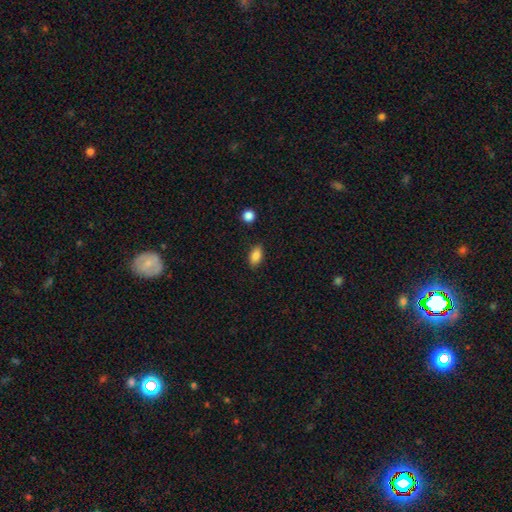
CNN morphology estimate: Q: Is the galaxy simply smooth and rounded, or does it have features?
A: smooth — 86%.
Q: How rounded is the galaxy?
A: in between — 90%.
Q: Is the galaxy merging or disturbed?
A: none — 85%.